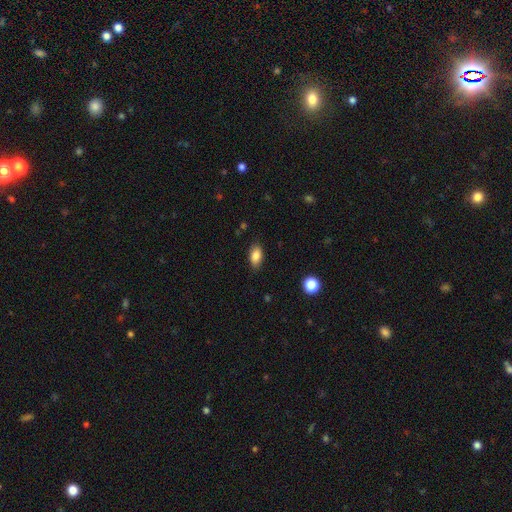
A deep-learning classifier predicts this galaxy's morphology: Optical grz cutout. It shows a smooth galaxy with no disk features (85%) that is in between round and cigar-shaped (90%). Merging: none (83%).